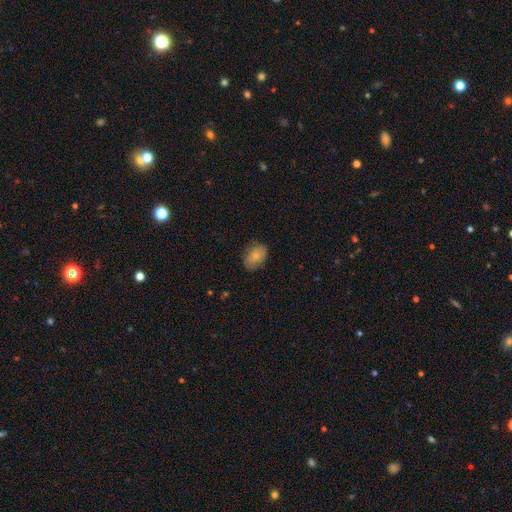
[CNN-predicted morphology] Smooth or featured: smooth — 77% (featured or disk — 15%)
How rounded: in between — 74% (round — 25%)
Merging: none — 78% (minor disturbance — 17%)